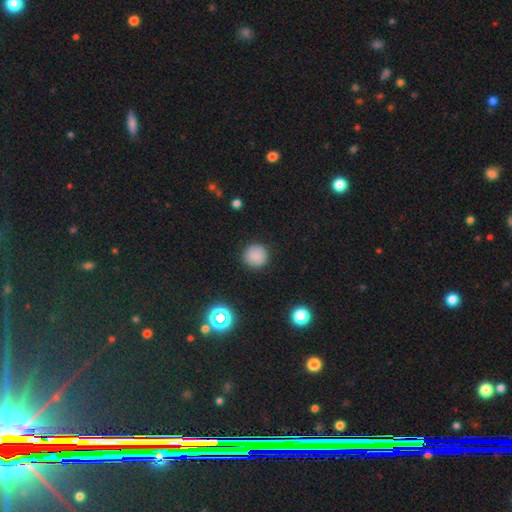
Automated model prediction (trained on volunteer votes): Overall: smooth (82%). How rounded: round (94%). Merging: none (89%).